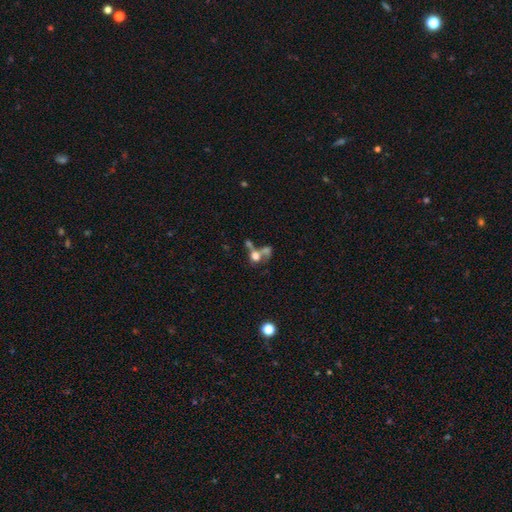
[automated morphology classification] A smooth galaxy with no disk features (60%) that is round (57%).

Vote fractions:
- Smooth or featured? smooth: 60% / featured or disk: 25% / star or artifact: 15%
- How rounded? round: 57% / in between: 40% / cigar-shaped: 3%
- Merging? merger: 55% / none: 24% / major disturbance: 12% / minor disturbance: 8%